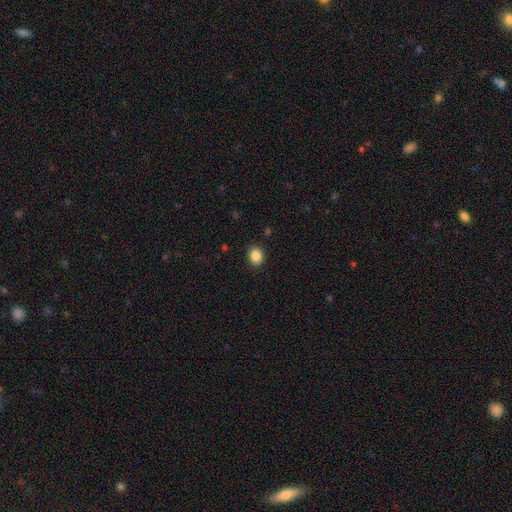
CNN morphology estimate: This appears to be a smooth galaxy with no disk features (87%) that is round (50%). Merging: none (89%).